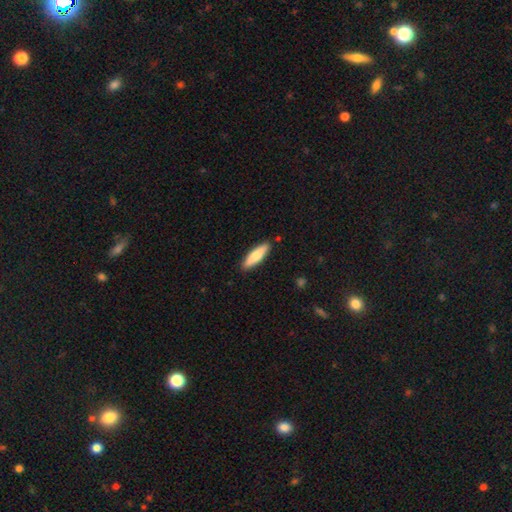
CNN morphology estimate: Overall: smooth (73%). How rounded: cigar-shaped (66%; in between 32%). Merging: none (89%).